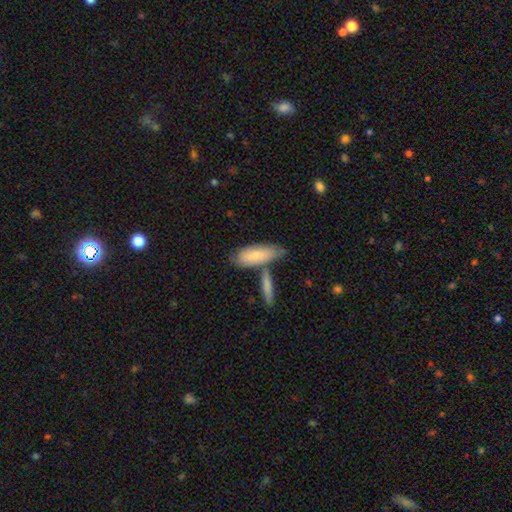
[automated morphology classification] This appears to be a smooth galaxy with no disk features (74%) that is in between round and cigar-shaped (70%). Merging: none (46%).